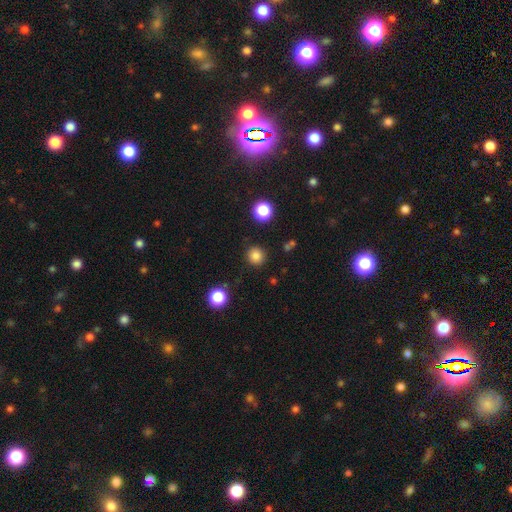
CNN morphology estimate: This is clearly a smooth galaxy (83%). How rounded: clearly round (93%). Merging: clearly none (89%).